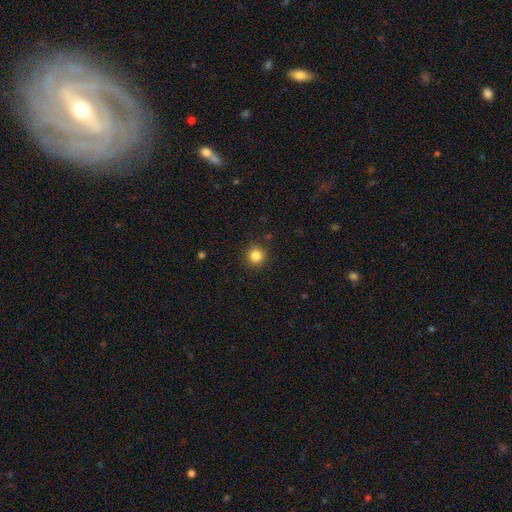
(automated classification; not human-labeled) This is clearly a smooth galaxy (85%). How rounded: clearly round (95%). Merging: clearly none (91%).